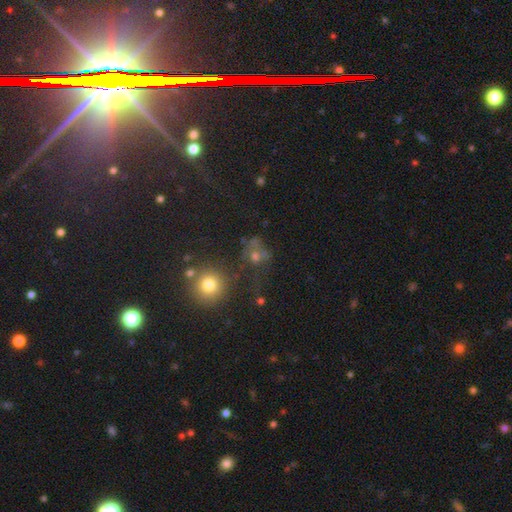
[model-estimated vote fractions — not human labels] Smooth or featured? Predicted: smooth (p=0.48). Merging? Predicted: none (p=0.52).